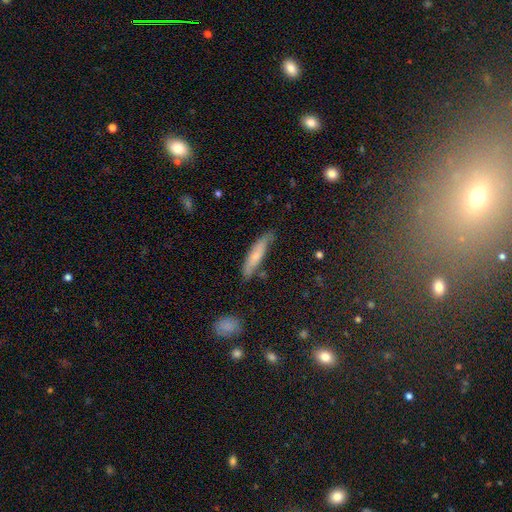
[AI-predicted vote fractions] Morphology: type=smooth (67%); roundness=cigar-shaped (78%); merging=none (66%).